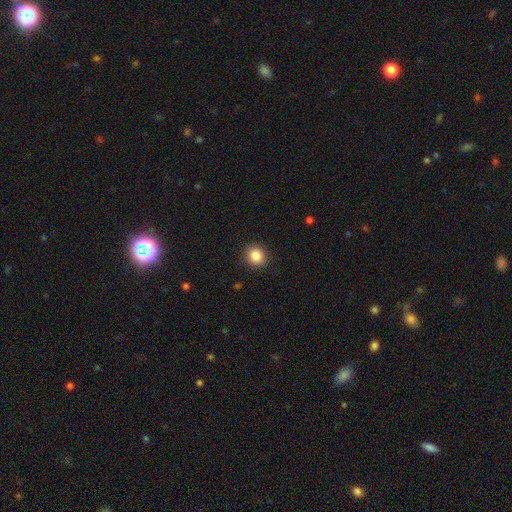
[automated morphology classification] Overall: smooth (86%). How rounded: round (85%). Merging: none (90%).